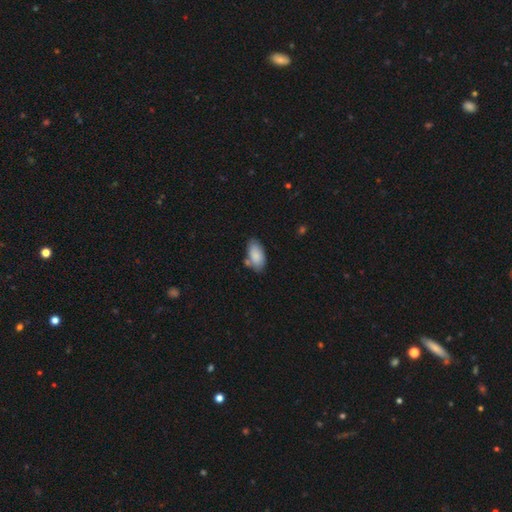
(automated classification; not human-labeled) Smooth or featured?
  - smooth: 85% *
  - featured or disk: 9%
  - star or artifact: 6%
How rounded?
  - in between: 94% *
  - cigar-shaped: 3%
  - round: 3%
Merging?
  - none: 66% *
  - minor disturbance: 19%
  - merger: 11%
  - major disturbance: 4%